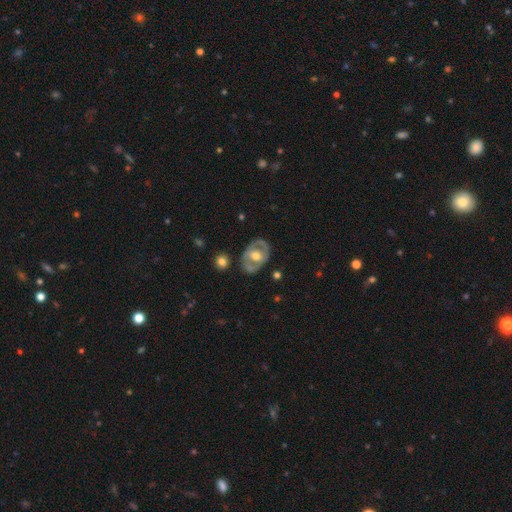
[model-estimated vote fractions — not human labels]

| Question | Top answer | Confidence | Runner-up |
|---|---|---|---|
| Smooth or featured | featured or disk | 65% | smooth (30%) |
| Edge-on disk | no | 93% | yes (7%) |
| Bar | no | 62% | weak (27%) |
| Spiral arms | no | 66% | yes (34%) |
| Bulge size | moderate | 65% | large (24%) |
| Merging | none | 72% | minor disturbance (18%) |